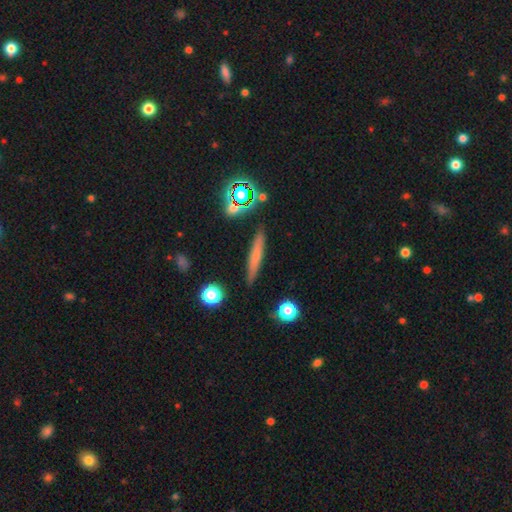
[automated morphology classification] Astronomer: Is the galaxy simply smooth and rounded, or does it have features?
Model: smooth — 61%.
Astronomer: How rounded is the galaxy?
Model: cigar-shaped — 90%.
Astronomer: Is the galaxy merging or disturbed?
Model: none — 87%.